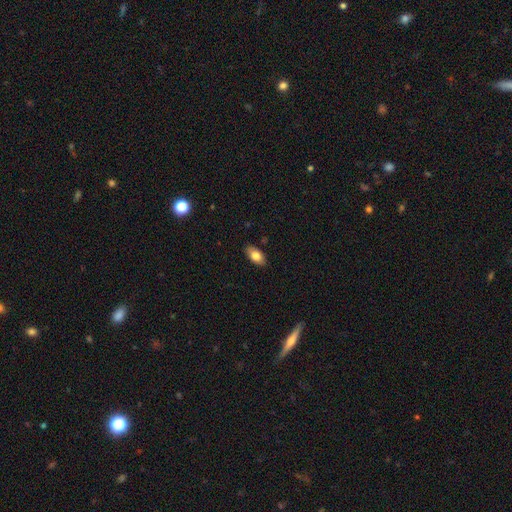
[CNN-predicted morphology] smooth 80%, featured or disk 13%, star or artifact 7%. Down the decision tree: how rounded — in between (92%); merging — none (87%).